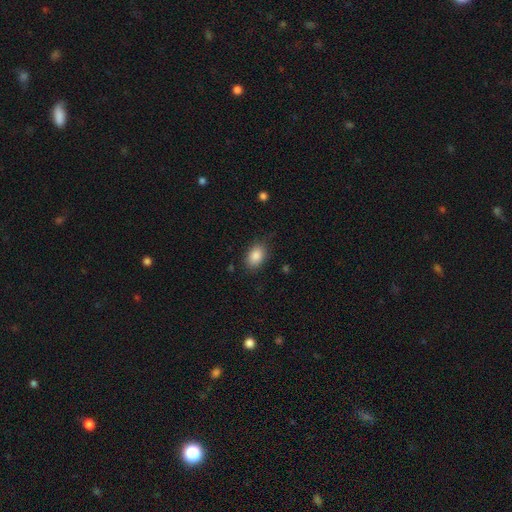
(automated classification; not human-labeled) smooth 86%, star or artifact 8%, featured or disk 6%. Down the decision tree: how rounded — in between (85%); merging — none (80%).